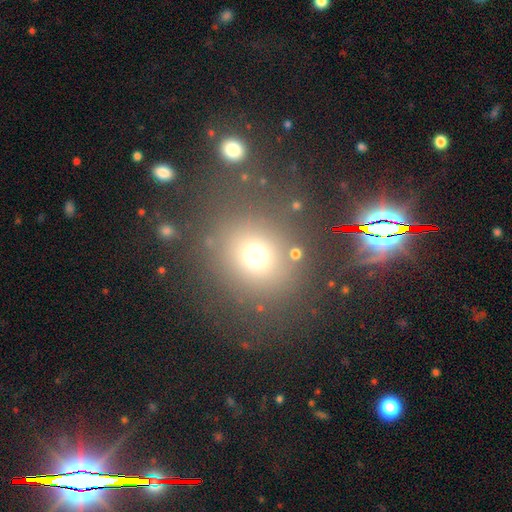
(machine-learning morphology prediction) smooth-or-featured: smooth: 67% | star or artifact: 23% | featured or disk: 10%
  how-rounded: round: 82% | in between: 17% | cigar-shaped: 1%
  merging: none: 78% | minor disturbance: 10% | major disturbance: 7% | merger: 5%